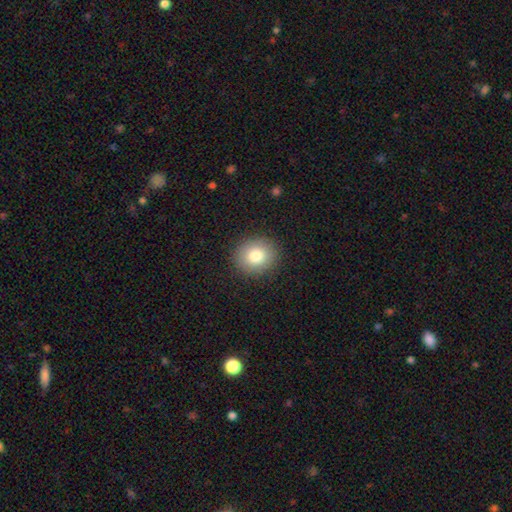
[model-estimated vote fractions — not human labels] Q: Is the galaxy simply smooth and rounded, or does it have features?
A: smooth — 82%.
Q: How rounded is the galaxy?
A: round — 76%.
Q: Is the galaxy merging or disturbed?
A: none — 90%.